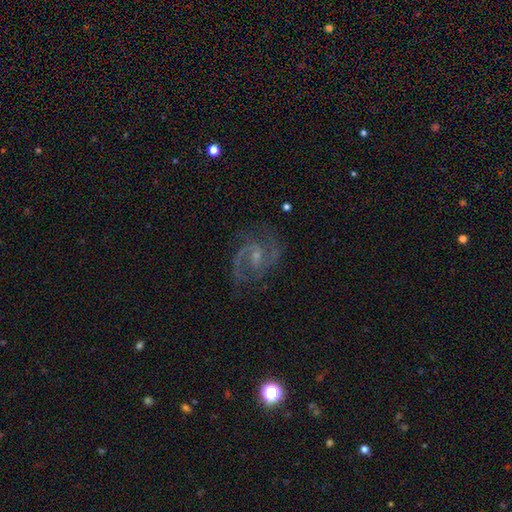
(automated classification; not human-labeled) Smooth or featured? featured or disk (89%)
Edge-on disk? no (98%)
Bar? weak (53%)
Spiral arms? yes (97%)
Spiral winding? medium (63%)
Spiral arm count? 2 (87%)
Bulge size? small (64%)
Merging? none (75%)